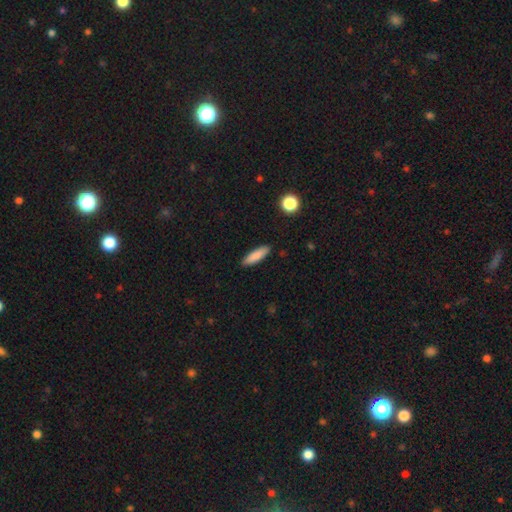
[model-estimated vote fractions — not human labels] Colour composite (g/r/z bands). It shows a smooth galaxy with no disk features (85%) that is cigar-shaped (66%). Merging: none (89%).